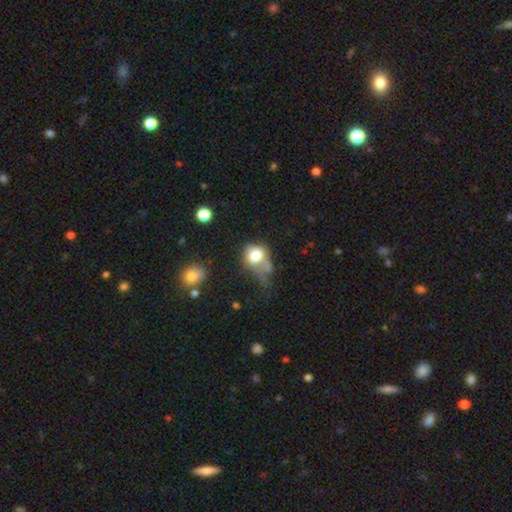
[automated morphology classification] A smooth galaxy with no disk features (70%) that is round (56%). Merging: major disturbance (42%).